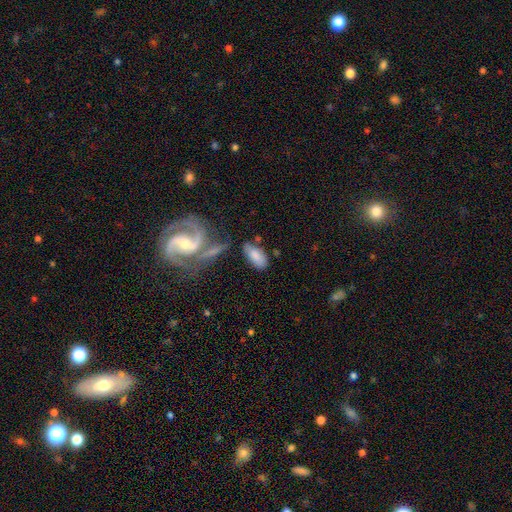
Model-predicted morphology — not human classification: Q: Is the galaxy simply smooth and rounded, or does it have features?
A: smooth — 75%.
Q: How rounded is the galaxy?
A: in between — 89%.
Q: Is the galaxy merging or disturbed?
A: none — 60%.